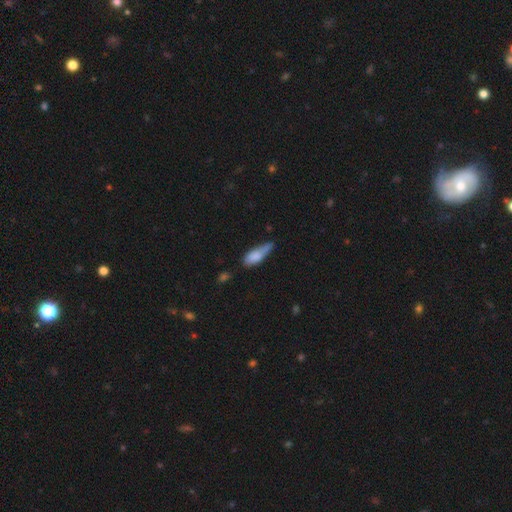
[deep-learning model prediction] Smooth or featured: smooth — 78% (featured or disk — 15%)
How rounded: in between — 61% (cigar-shaped — 37%)
Merging: minor disturbance — 43% (none — 36%)